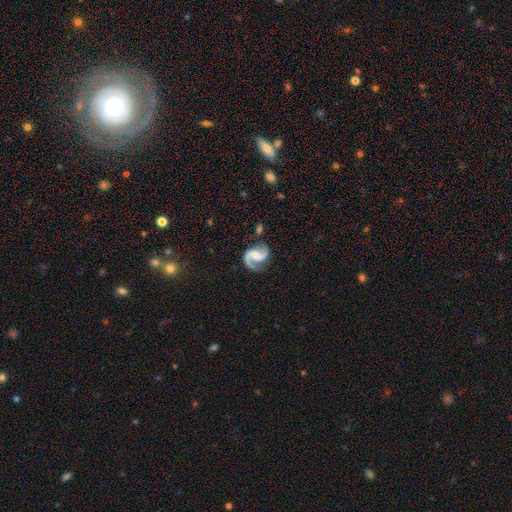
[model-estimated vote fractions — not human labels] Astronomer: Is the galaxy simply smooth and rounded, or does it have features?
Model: featured or disk — 91%.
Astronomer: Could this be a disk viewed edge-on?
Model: no — 98%.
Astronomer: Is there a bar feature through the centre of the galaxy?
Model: weak — 44% (runner-up: no, 40%).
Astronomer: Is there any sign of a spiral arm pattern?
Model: yes — 98%.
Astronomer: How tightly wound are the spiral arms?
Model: medium — 55% (runner-up: loose, 31%).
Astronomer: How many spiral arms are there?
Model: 2 — 93%.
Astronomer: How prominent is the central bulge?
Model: none — 38% (runner-up: small, 26%).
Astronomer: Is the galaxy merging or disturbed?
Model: none — 74%.